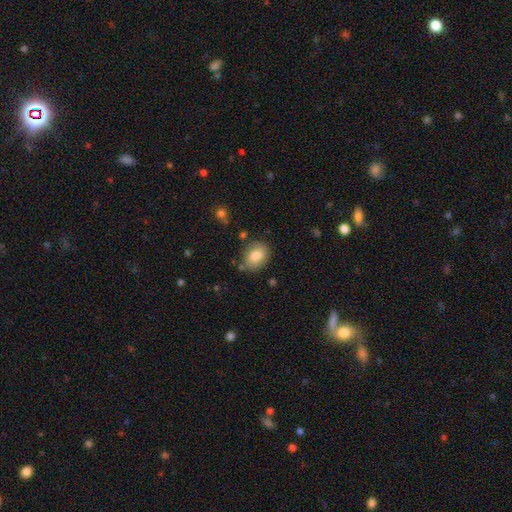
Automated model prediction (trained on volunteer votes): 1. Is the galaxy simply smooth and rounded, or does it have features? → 78% smooth, 14% featured or disk, 8% star or artifact.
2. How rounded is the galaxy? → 54% in between, 45% round, 1% cigar-shaped.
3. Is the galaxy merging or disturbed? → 77% none, 15% minor disturbance, 4% major disturbance, 4% merger.